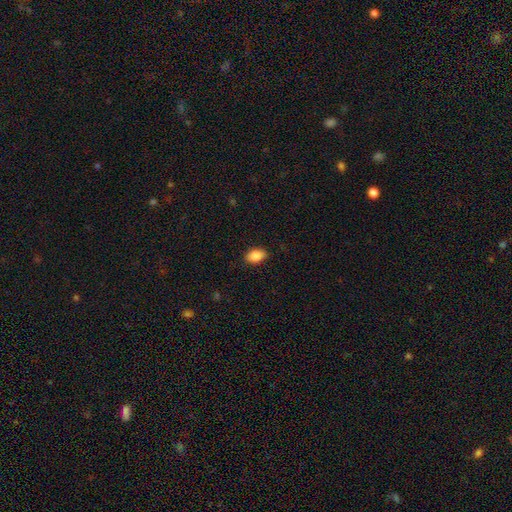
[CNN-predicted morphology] This appears to be a smooth galaxy with no disk features (88%) that is in between round and cigar-shaped (88%). Merging: none (87%).